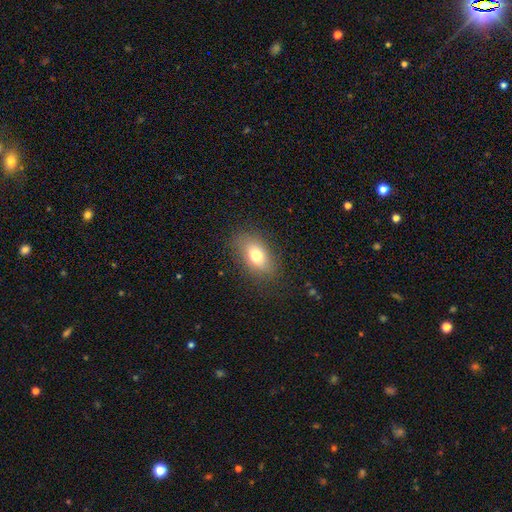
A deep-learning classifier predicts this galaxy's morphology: This is likely a smooth galaxy (74%). How rounded: clearly in between (85%). Merging: clearly none (81%).